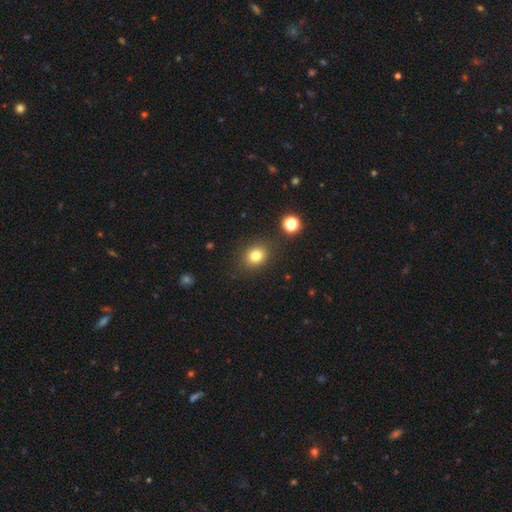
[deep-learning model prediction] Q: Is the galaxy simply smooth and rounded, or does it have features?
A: smooth — 79%.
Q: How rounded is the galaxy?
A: round — 62%.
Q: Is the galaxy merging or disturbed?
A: none — 85%.